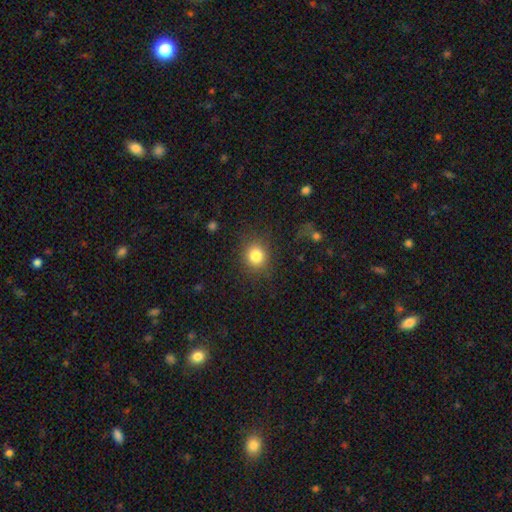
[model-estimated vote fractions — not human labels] smooth-or-featured: smooth: 83% | star or artifact: 11% | featured or disk: 6%
  how-rounded: round: 80% | in between: 19% | cigar-shaped: 1%
  merging: none: 84% | minor disturbance: 10% | major disturbance: 5% | merger: 2%